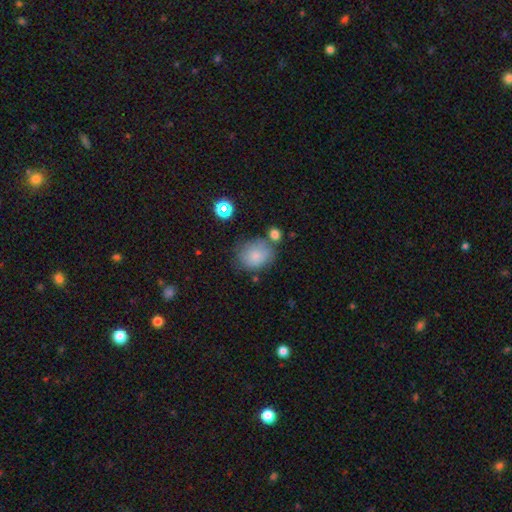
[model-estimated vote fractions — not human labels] Smooth or featured?
  - smooth: 79% *
  - featured or disk: 11%
  - star or artifact: 10%
How rounded?
  - round: 60% *
  - in between: 39%
  - cigar-shaped: 1%
Merging?
  - none: 58% *
  - minor disturbance: 22%
  - merger: 11%
  - major disturbance: 8%